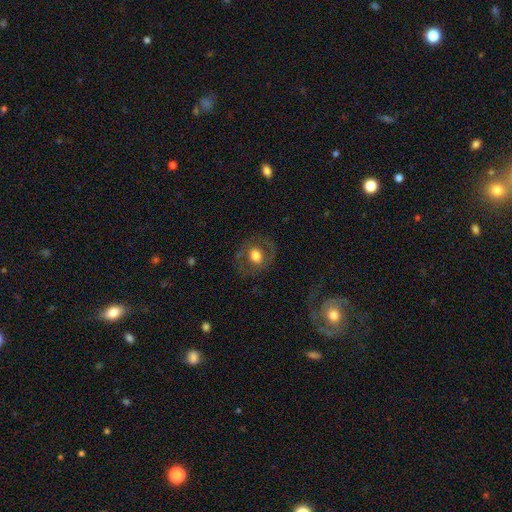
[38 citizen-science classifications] Smooth or featured?
  - smooth: 47% * (tied)
  - featured or disk: 47% * (tied)
  - star or artifact: 5%
How rounded?
  - round: 50% * (tied)
  - in between: 50% * (tied)
  - cigar-shaped: 0%
Merging?
  - none: 89% *
  - minor disturbance: 6%
  - major disturbance: 6%
  - merger: 0%